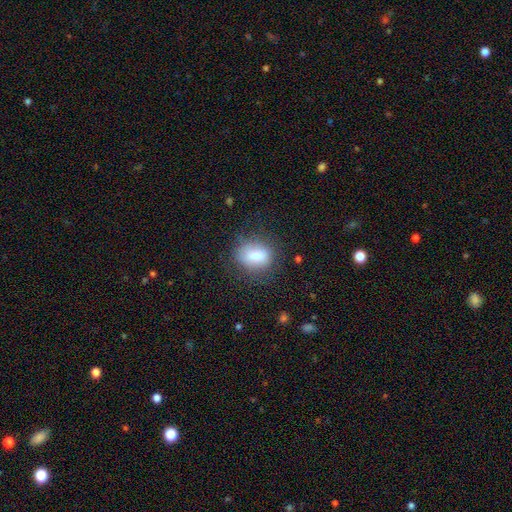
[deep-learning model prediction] Q: Smooth or featured?
A: smooth (79%); runner-up: featured or disk (13%)
Q: How rounded?
A: in between (57%); runner-up: round (41%)
Q: Merging?
A: none (71%); runner-up: minor disturbance (19%)